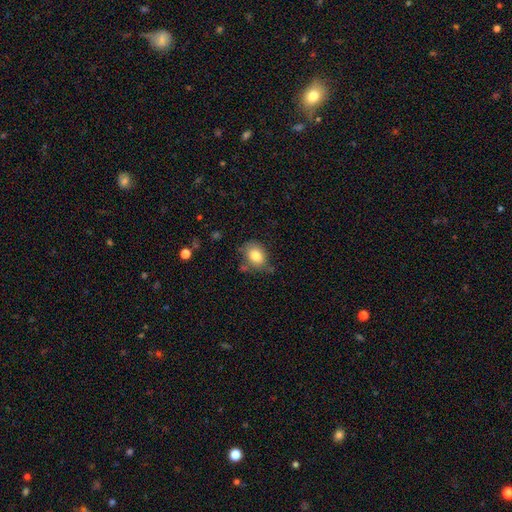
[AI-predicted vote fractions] Smooth or featured? Predicted: smooth (p=0.81). How rounded? Predicted: in between (p=0.66). Merging? Predicted: none (p=0.64).